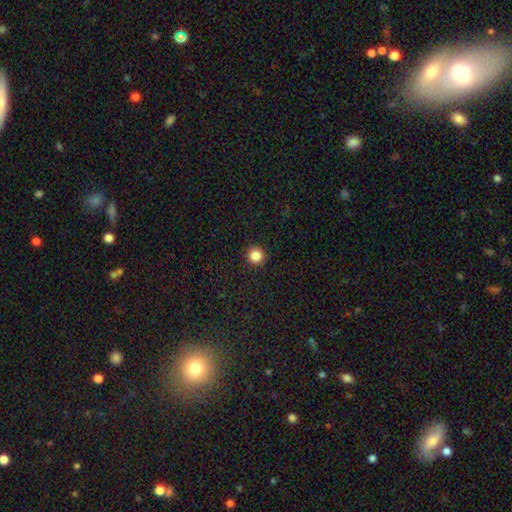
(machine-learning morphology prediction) smooth 85%, star or artifact 11%, featured or disk 4%. Down the decision tree: how rounded — round (95%); merging — none (93%).